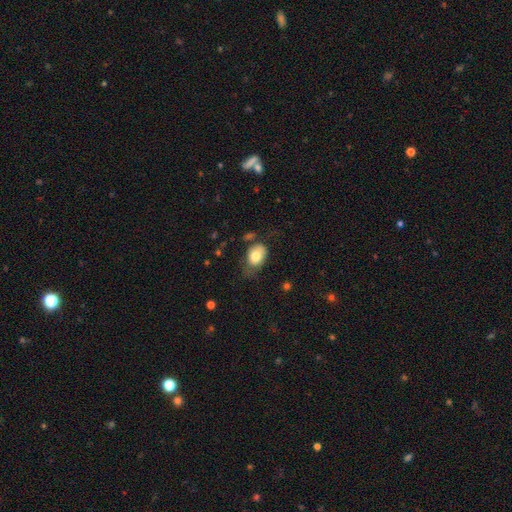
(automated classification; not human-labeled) A smooth galaxy with no disk features (78%) that is in between round and cigar-shaped (79%).

Vote fractions:
- Smooth or featured? smooth: 78% / featured or disk: 15% / star or artifact: 8%
- How rounded? in between: 79% / round: 20% / cigar-shaped: 1%
- Merging? none: 48% / minor disturbance: 31% / major disturbance: 16% / merger: 6%